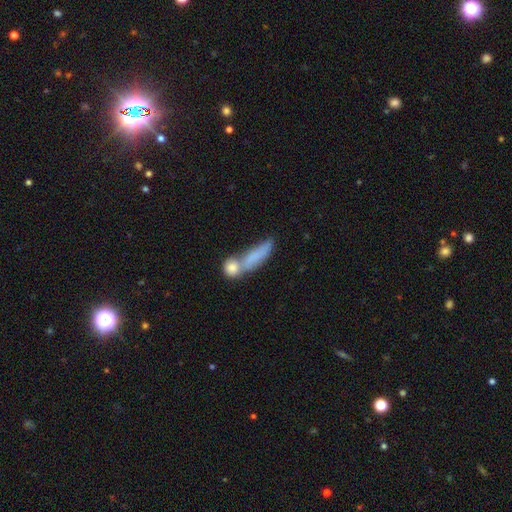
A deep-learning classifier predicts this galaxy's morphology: Smooth or featured? smooth (73%)
How rounded? cigar-shaped (54%)
Merging? merger (50%)